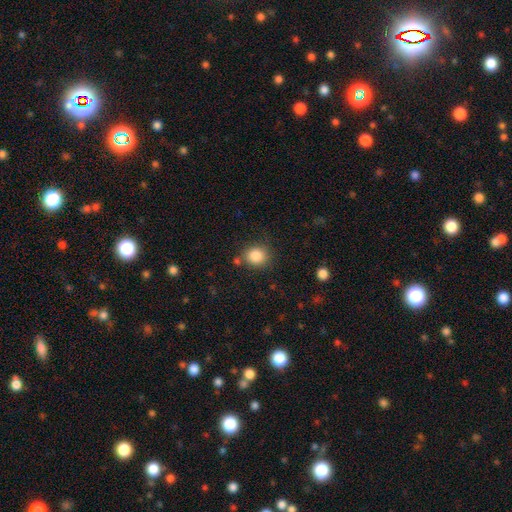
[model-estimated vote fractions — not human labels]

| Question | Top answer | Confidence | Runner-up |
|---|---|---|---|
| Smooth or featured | smooth | 85% | star or artifact (10%) |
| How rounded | round | 80% | in between (19%) |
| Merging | none | 77% | minor disturbance (13%) |